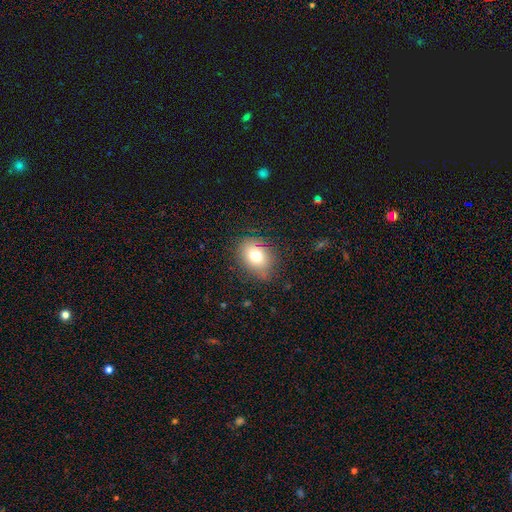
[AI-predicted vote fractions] Smooth or featured? smooth (74%)
How rounded? in between (56%)
Merging? none (79%)